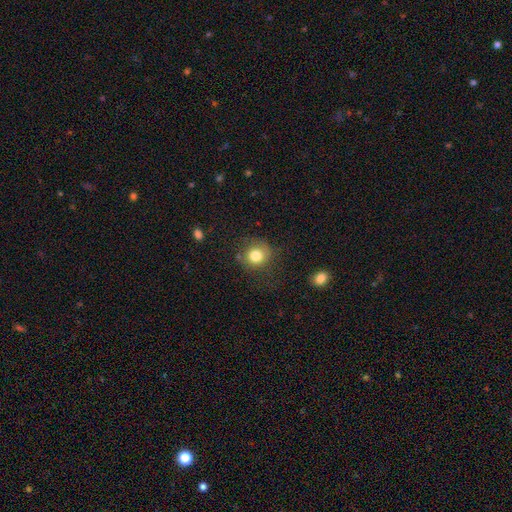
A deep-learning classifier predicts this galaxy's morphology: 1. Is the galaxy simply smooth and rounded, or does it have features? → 81% smooth, 11% star or artifact, 9% featured or disk.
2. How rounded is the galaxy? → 86% round, 13% in between, 1% cigar-shaped.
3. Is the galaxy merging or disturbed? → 75% none, 16% minor disturbance, 7% major disturbance, 2% merger.